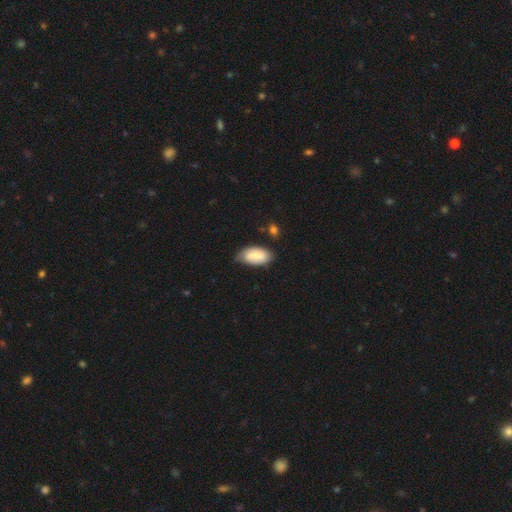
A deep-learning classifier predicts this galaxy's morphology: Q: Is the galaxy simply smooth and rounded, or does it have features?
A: smooth — 74%.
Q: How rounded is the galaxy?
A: in between — 94%.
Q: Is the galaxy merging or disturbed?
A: none — 65%.